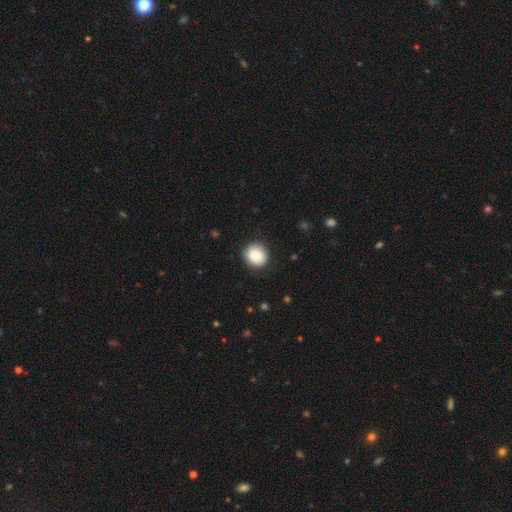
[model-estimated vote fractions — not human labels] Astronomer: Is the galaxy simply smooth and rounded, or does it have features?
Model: smooth — 87%.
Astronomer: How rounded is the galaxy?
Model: round — 85%.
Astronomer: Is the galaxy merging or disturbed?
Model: none — 87%.